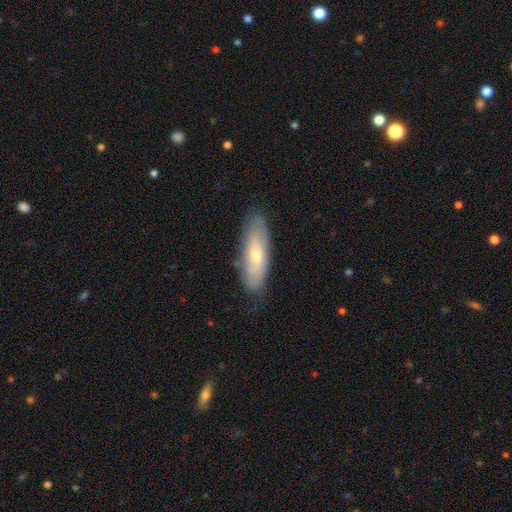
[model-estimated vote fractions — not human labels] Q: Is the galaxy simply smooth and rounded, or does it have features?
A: smooth — 55%.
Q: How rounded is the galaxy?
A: in between — 56%.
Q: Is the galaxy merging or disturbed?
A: none — 77%.